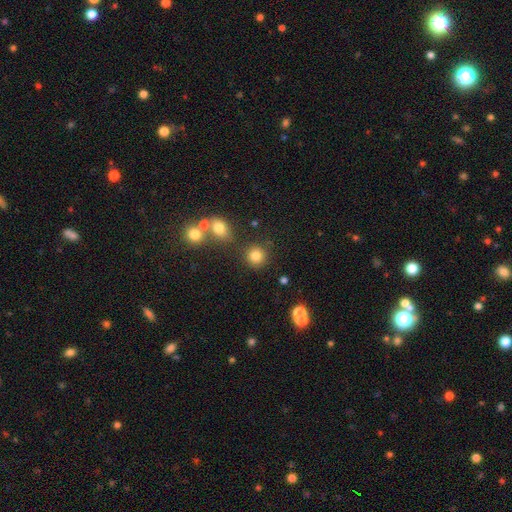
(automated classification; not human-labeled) Morphology: type=smooth (81%); roundness=round (90%); merging=none (82%).